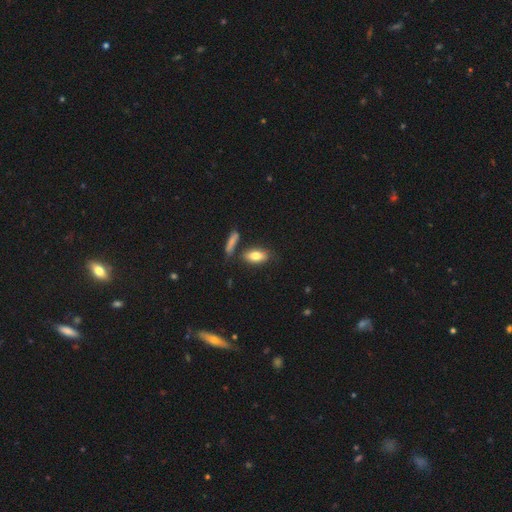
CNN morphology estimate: The model was most divided on "merging": none: 72%, minor disturbance: 13%, merger: 12%, major disturbance: 4%. More confident: how rounded — in between (84%); smooth or featured — smooth (79%).